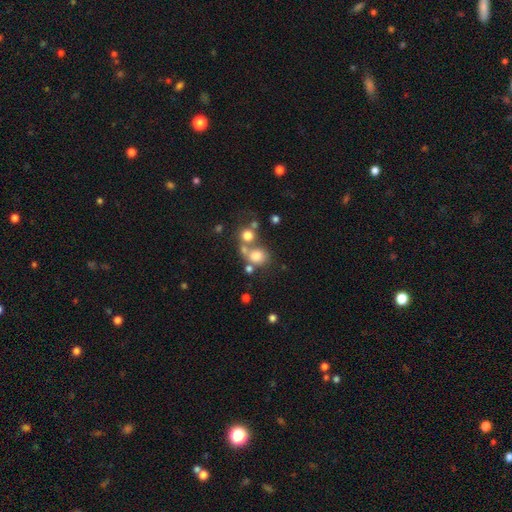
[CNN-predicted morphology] Smooth or featured? Predicted: smooth (p=0.72). How rounded? Predicted: round (p=0.73). Merging? Predicted: none (p=0.44).